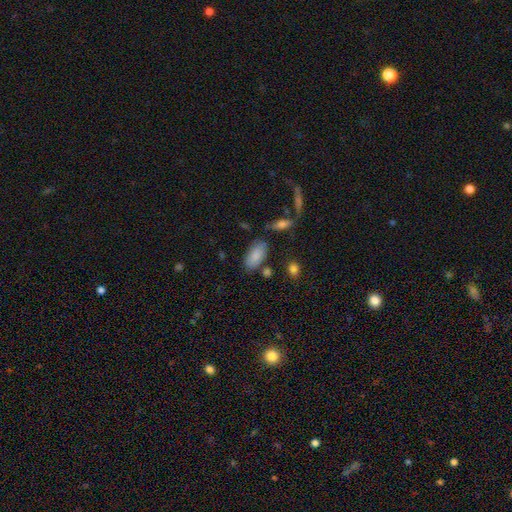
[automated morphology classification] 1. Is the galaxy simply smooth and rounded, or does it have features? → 85% smooth, 8% featured or disk, 7% star or artifact.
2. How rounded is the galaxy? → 92% in between, 6% cigar-shaped, 2% round.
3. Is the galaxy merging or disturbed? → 73% none, 16% minor disturbance, 6% merger, 4% major disturbance.